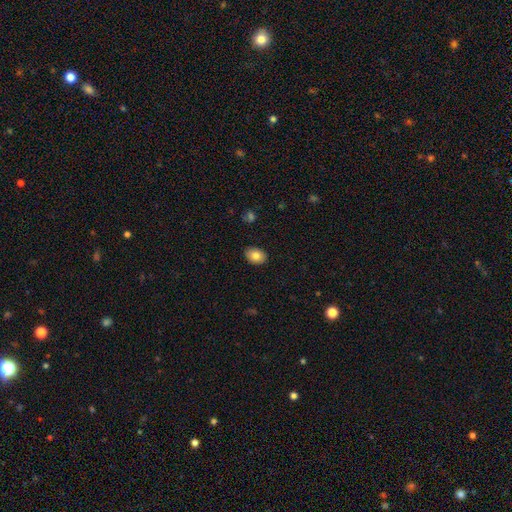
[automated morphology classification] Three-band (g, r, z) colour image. It shows a smooth galaxy with no disk features (82%) that is in between round and cigar-shaped (76%). Merging: none (89%).